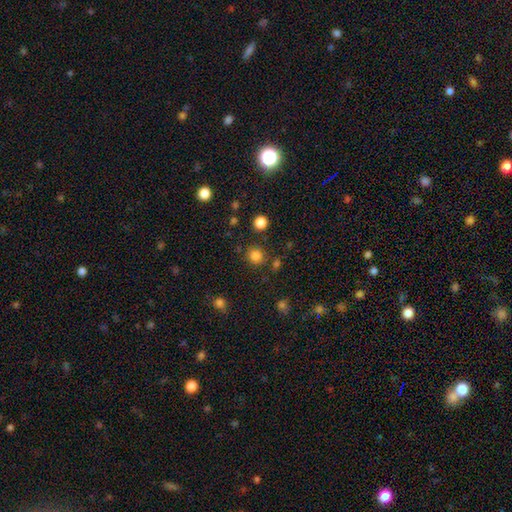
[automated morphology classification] type=smooth (82%); roundness=round (90%); merging=none (84%).